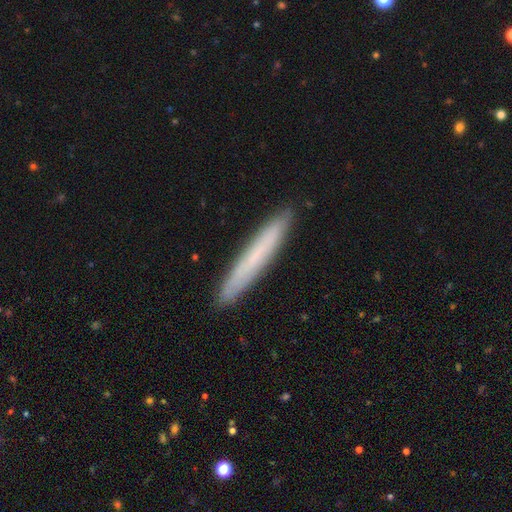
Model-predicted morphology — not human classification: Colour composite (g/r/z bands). It shows a smooth galaxy with no disk features (61%) that is cigar-shaped (96%). Merging: none (91%).